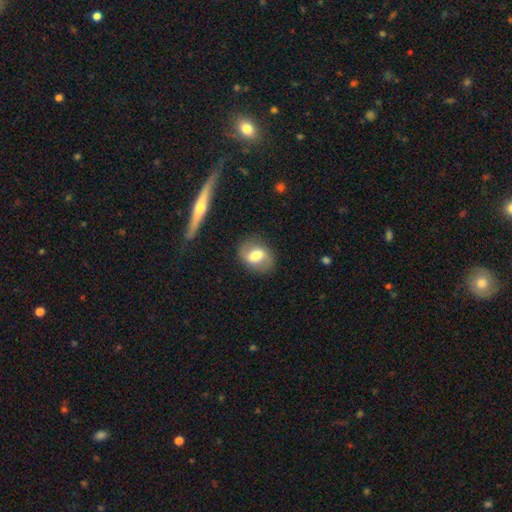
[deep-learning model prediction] Overall: smooth (53%; featured or disk 39%). How rounded: in between (64%; round 34%). Merging: none (80%).